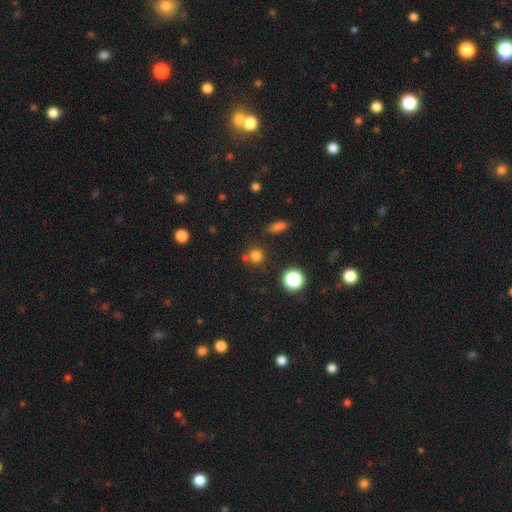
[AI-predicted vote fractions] Smooth or featured?
  - smooth: 75% *
  - star or artifact: 19%
  - featured or disk: 6%
How rounded?
  - round: 90% *
  - in between: 9%
  - cigar-shaped: 1%
Merging?
  - none: 69% *
  - merger: 15%
  - minor disturbance: 11%
  - major disturbance: 4%